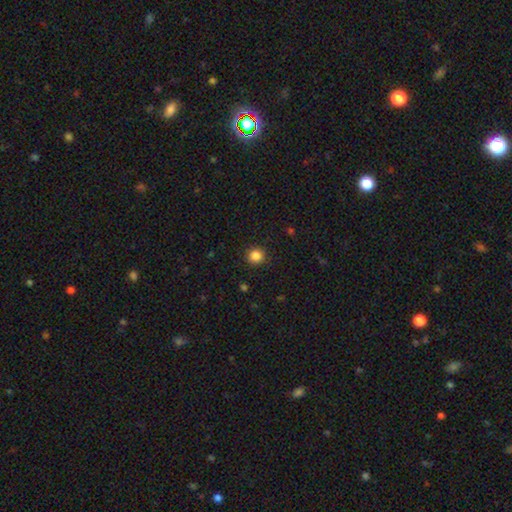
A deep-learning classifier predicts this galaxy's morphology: smooth 85%, star or artifact 11%, featured or disk 4%. Down the decision tree: how rounded — round (93%); merging — none (91%).